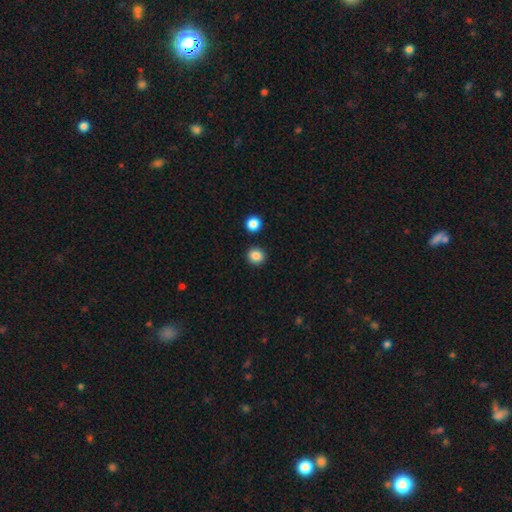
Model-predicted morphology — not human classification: A smooth galaxy with no disk features (86%) that is round (91%).

Vote fractions:
- Smooth or featured? smooth: 86% / star or artifact: 11% / featured or disk: 3%
- How rounded? round: 91% / in between: 8% / cigar-shaped: 1%
- Merging? none: 90% / minor disturbance: 5% / merger: 3% / major disturbance: 2%